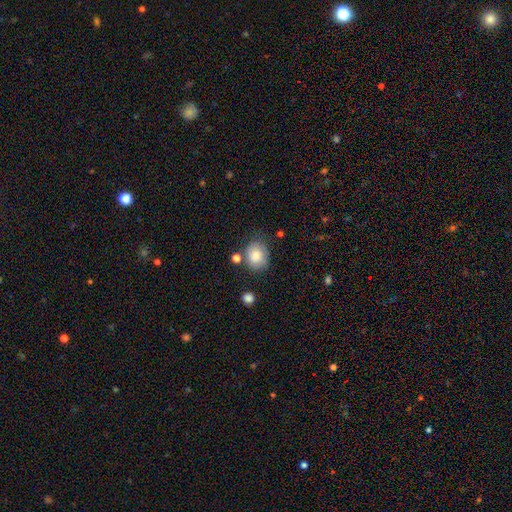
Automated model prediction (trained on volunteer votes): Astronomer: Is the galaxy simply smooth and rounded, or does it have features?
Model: smooth — 82%.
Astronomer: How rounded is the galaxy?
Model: round — 58% (runner-up: in between, 41%).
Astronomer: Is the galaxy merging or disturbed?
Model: none — 69%.